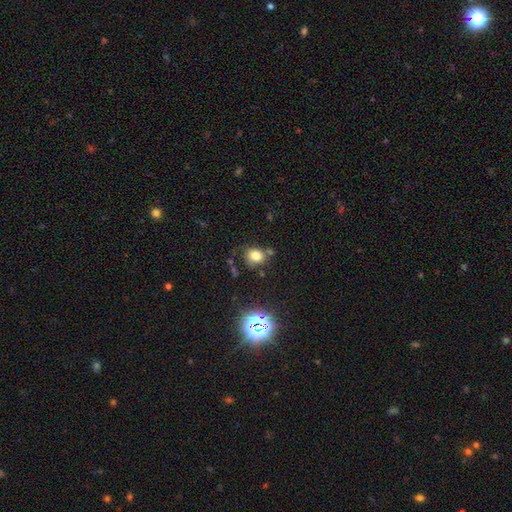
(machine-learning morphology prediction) A smooth galaxy with no disk features (75%) that is round (63%). Merging: none (68%).